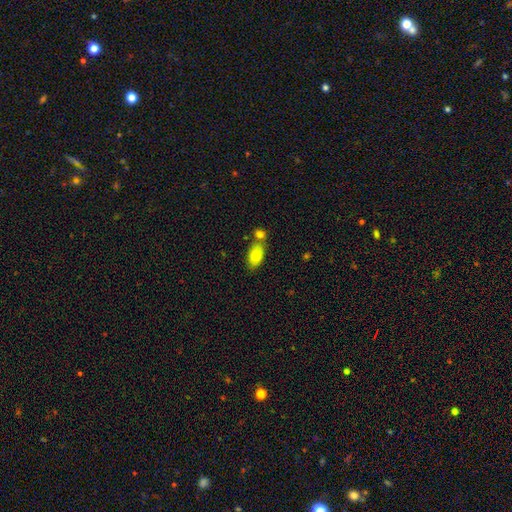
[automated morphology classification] This appears to be a smooth galaxy with no disk features (82%) that is in between round and cigar-shaped (91%). Merging: none (56%).